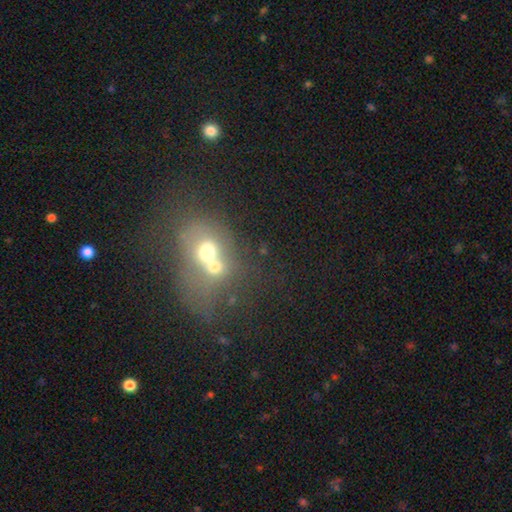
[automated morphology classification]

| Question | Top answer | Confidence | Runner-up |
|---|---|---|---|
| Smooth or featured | smooth | 47% | featured or disk (28%) |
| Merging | merger | 62% | none (22%) |